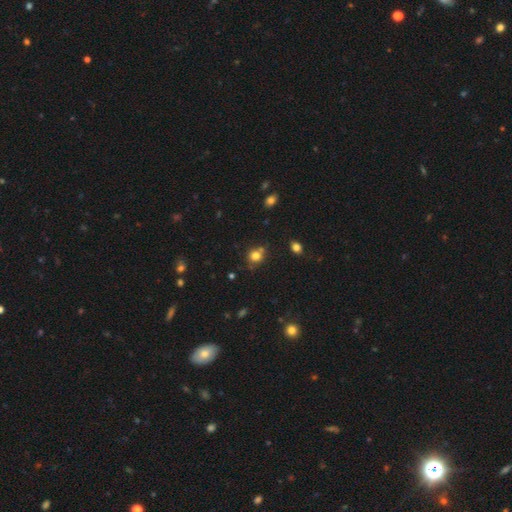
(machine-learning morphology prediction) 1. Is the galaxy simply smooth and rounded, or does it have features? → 77% smooth, 16% star or artifact, 8% featured or disk.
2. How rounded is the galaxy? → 83% round, 16% in between, 1% cigar-shaped.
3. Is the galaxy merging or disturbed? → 66% none, 16% merger, 14% minor disturbance, 4% major disturbance.